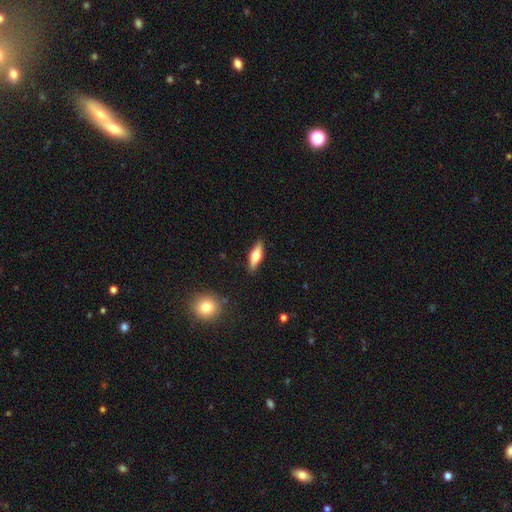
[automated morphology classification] smooth-or-featured: smooth: 50% | featured or disk: 44% | star or artifact: 6%
  how-rounded: cigar-shaped: 51% | in between: 46% | round: 3%
  merging: none: 89% | minor disturbance: 8% | major disturbance: 2% | merger: 1%